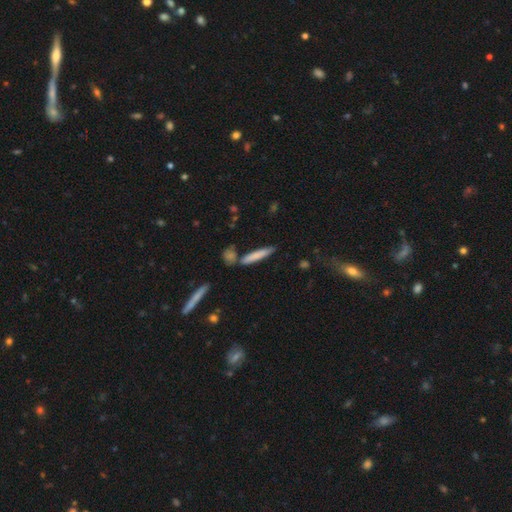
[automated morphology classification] smooth 76%, featured or disk 18%, star or artifact 6%. Down the decision tree: how rounded — cigar-shaped (91%); merging — none (76%).